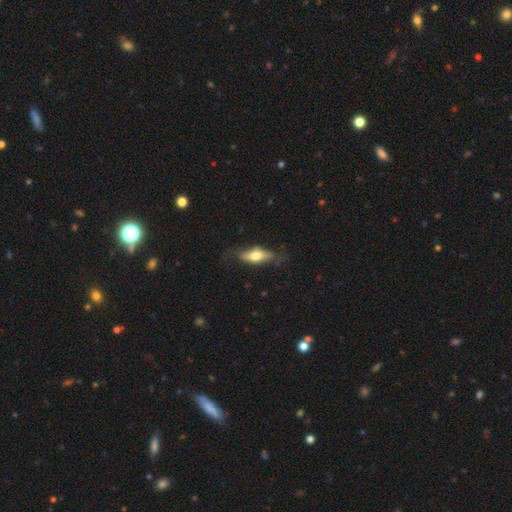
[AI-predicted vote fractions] The model was most divided on "smooth or featured": smooth: 57%, featured or disk: 37%, star or artifact: 6%. More confident: merging — none (66%); how rounded — in between (62%).